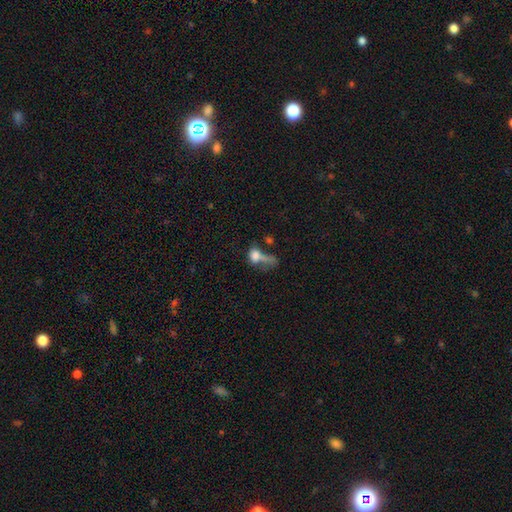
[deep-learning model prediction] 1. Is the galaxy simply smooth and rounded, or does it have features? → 66% smooth, 21% featured or disk, 14% star or artifact.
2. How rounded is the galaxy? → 62% in between, 33% round, 5% cigar-shaped.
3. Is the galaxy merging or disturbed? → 36% merger, 35% major disturbance, 17% none, 12% minor disturbance.